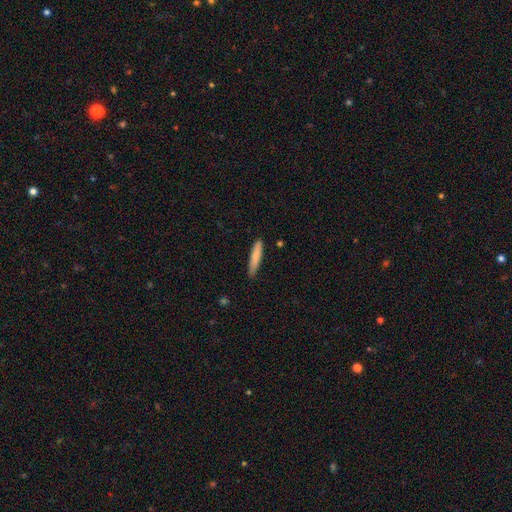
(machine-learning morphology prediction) Overall: smooth (80%). How rounded: cigar-shaped (89%). Merging: none (85%).